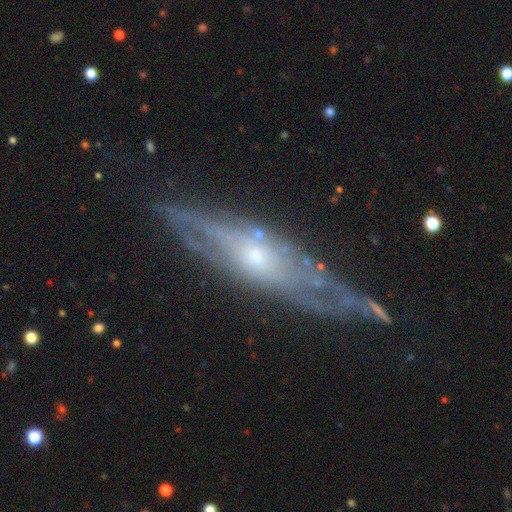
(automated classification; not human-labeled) Morphology: type=featured or disk (79%); edge-on=yes (54%); merging=none (74%).